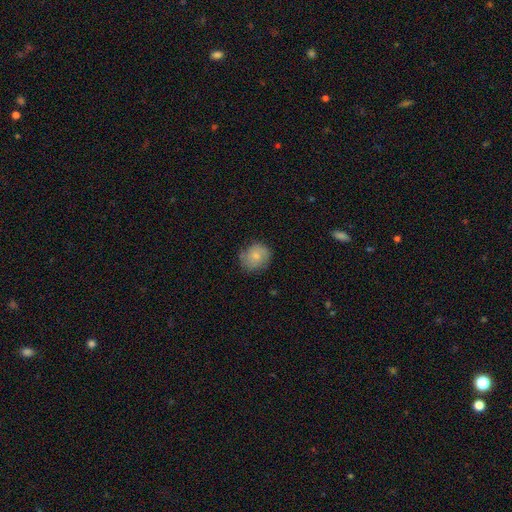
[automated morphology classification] smooth 64%, featured or disk 29%, star or artifact 8%. Down the decision tree: how rounded — round (77%); merging — none (73%).